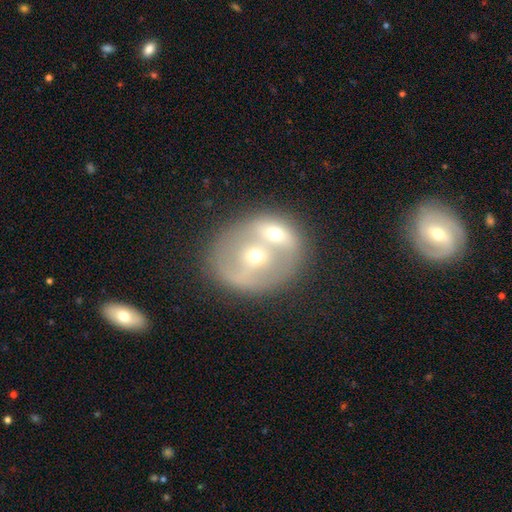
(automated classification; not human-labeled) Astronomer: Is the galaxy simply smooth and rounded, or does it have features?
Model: featured or disk — 56% (runner-up: smooth, 35%).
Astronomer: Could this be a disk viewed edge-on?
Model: no — 95%.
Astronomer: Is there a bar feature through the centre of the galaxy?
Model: no — 69%.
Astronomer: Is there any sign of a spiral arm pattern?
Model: no — 75%.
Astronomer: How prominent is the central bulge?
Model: moderate — 59%.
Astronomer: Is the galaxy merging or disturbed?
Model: merger — 64%.